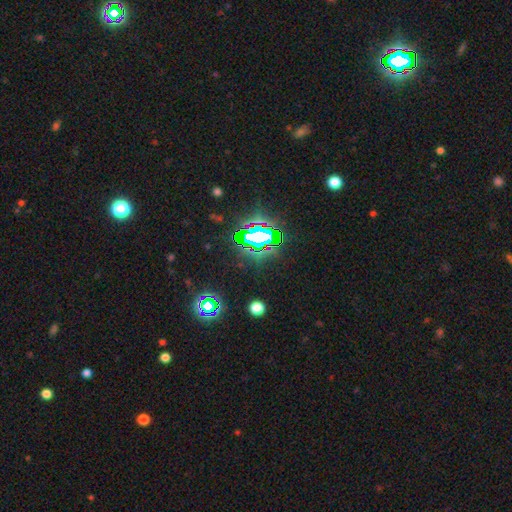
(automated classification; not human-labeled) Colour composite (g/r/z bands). It shows a star or artifact, not a galaxy (80%).